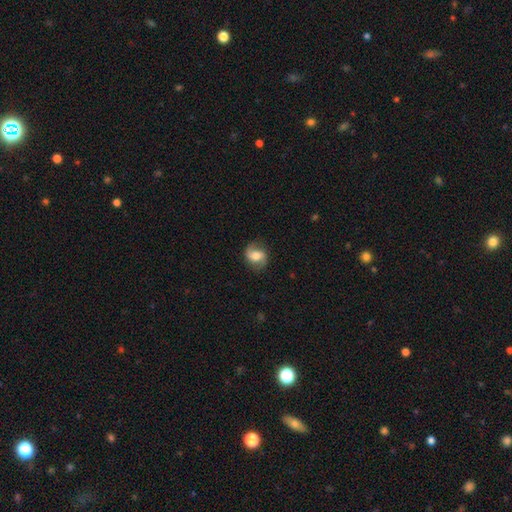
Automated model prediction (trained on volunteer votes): Morphology: type=featured or disk (50%); edge-on=no (96%); merging=none (79%).